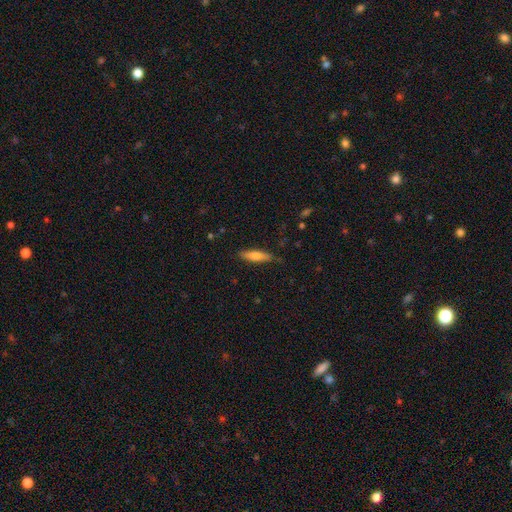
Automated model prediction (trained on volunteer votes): A smooth galaxy with no disk features (73%) that is cigar-shaped (67%). Merging: none (83%).